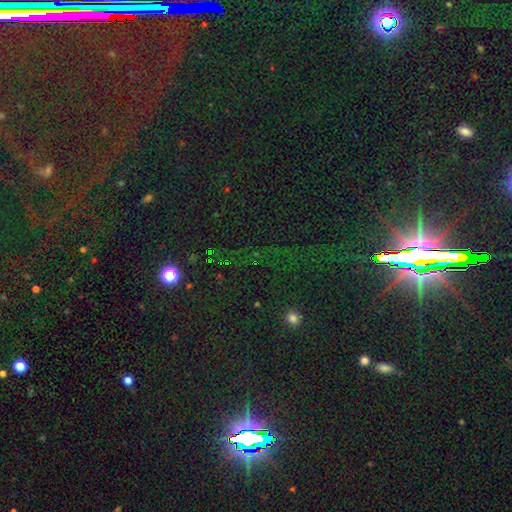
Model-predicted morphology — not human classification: This appears to be a star or artifact, not a galaxy (85%).